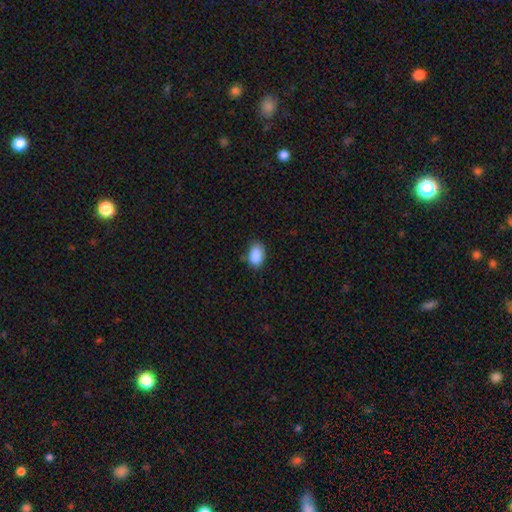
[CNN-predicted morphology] Q: Smooth or featured?
A: smooth (88%); runner-up: star or artifact (8%)
Q: How rounded?
A: in between (88%); runner-up: round (11%)
Q: Merging?
A: none (73%); runner-up: minor disturbance (21%)